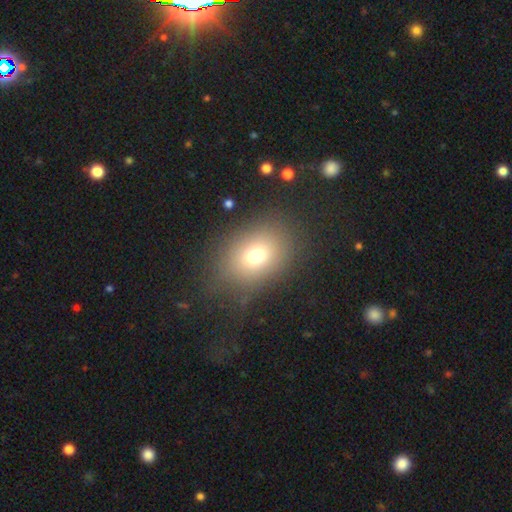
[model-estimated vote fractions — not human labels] Smooth or featured?
  - smooth: 72% *
  - star or artifact: 15%
  - featured or disk: 13%
How rounded?
  - in between: 63% *
  - round: 36%
  - cigar-shaped: 1%
Merging?
  - none: 77% *
  - minor disturbance: 13%
  - major disturbance: 8%
  - merger: 2%